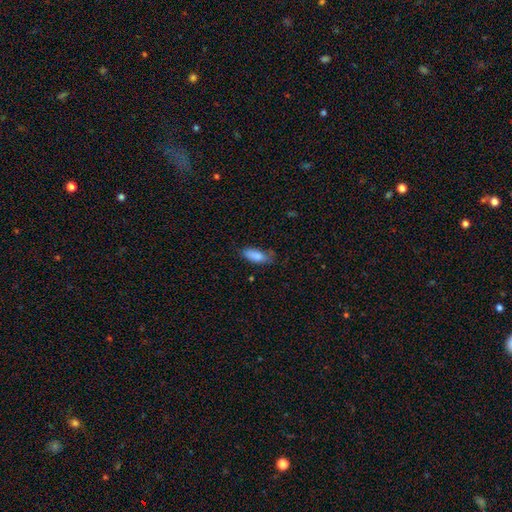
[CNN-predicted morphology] Overall: smooth (84%). How rounded: in between (80%). Merging: none (59%; minor disturbance 31%).